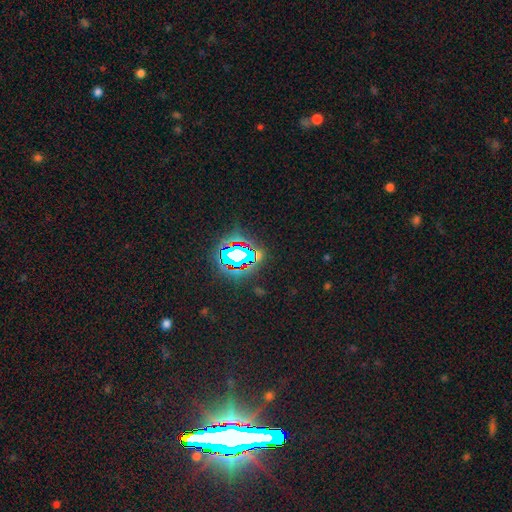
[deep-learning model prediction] Q: Smooth or featured?
A: star or artifact (70%); runner-up: smooth (18%)